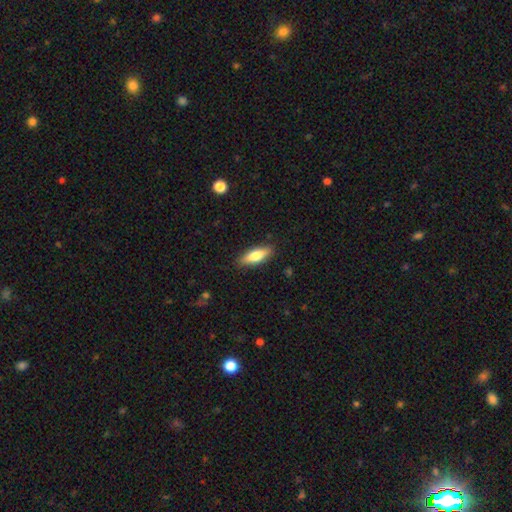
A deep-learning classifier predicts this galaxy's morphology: Overall: smooth (73%). How rounded: in between (57%; cigar-shaped 41%). Merging: none (87%).